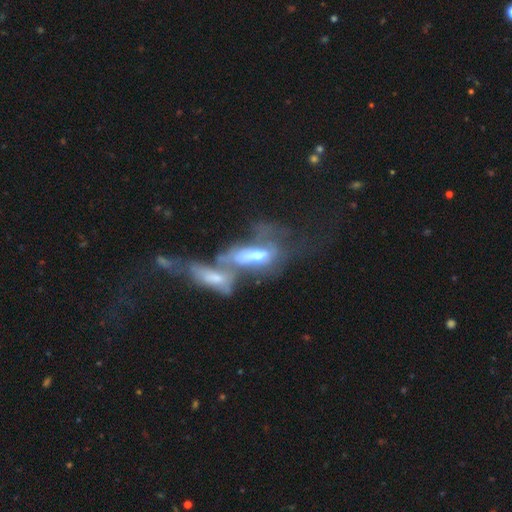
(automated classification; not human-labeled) Q: Smooth or featured?
A: featured or disk (58%); runner-up: smooth (31%)
Q: Edge-on disk?
A: no (79%); runner-up: yes (21%)
Q: Merging?
A: merger (68%); runner-up: major disturbance (14%)